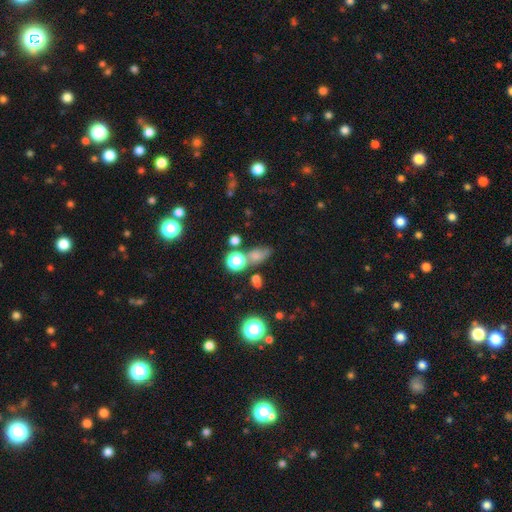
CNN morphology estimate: smooth_or_featured: smooth (p=0.62) [alt: star or artifact p=0.26]
how_rounded: in between (p=0.63) [alt: round p=0.30]
merging: none (p=0.52) [alt: merger p=0.20]